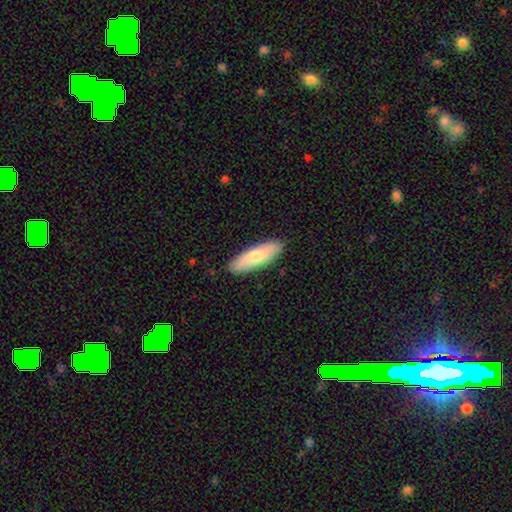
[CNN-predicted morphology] Smooth or featured? Predicted: smooth (p=0.73). How rounded? Predicted: in between (p=0.52). Merging? Predicted: none (p=0.87).